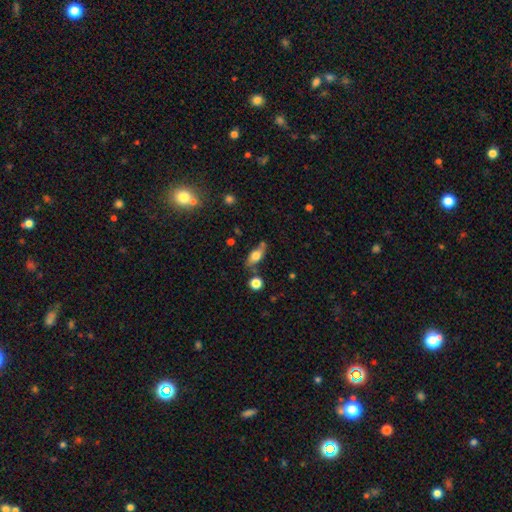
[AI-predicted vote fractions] A smooth galaxy with no disk features (64%) that is in between round and cigar-shaped (72%). Merging: none (71%).